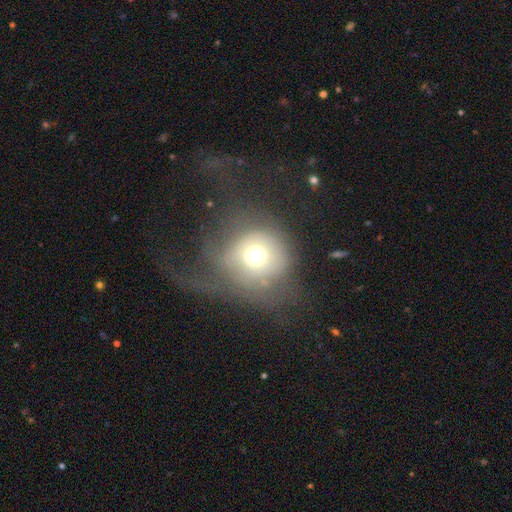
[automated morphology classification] A smooth galaxy with no disk features (62%) that is round (90%). Merging: none (39%).